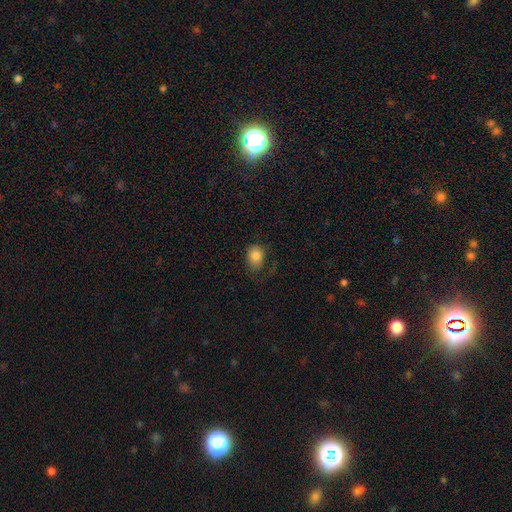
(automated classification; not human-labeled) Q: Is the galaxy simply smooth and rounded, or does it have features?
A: smooth — 83%.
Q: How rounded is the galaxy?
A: in between — 60%.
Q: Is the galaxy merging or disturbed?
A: none — 62%.